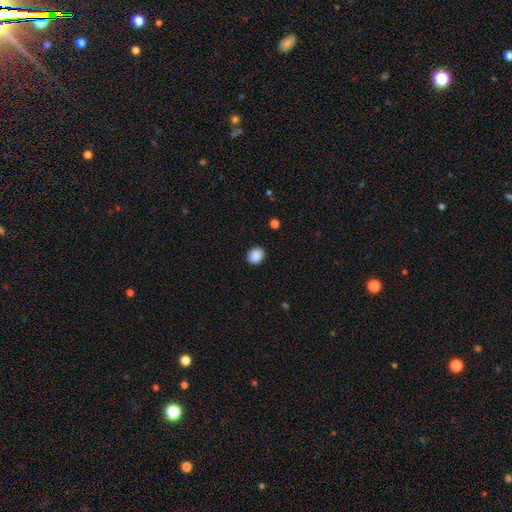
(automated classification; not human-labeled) smooth-or-featured: smooth: 89% | star or artifact: 8% | featured or disk: 2%
  how-rounded: round: 56% | in between: 44% | cigar-shaped: 1%
  merging: none: 90% | minor disturbance: 7% | major disturbance: 2% | merger: 1%